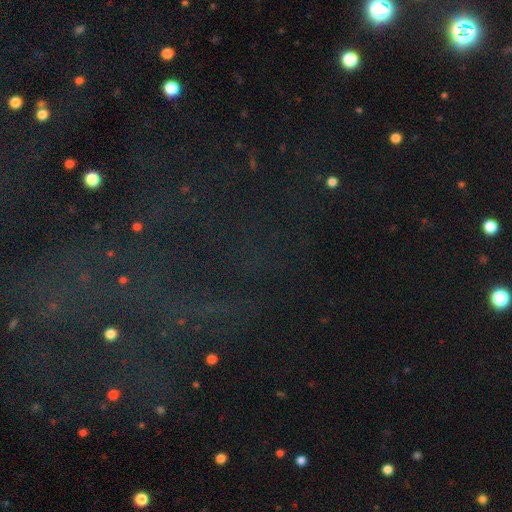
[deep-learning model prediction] smooth-or-featured: star or artifact: 78% | smooth: 12% | featured or disk: 10%